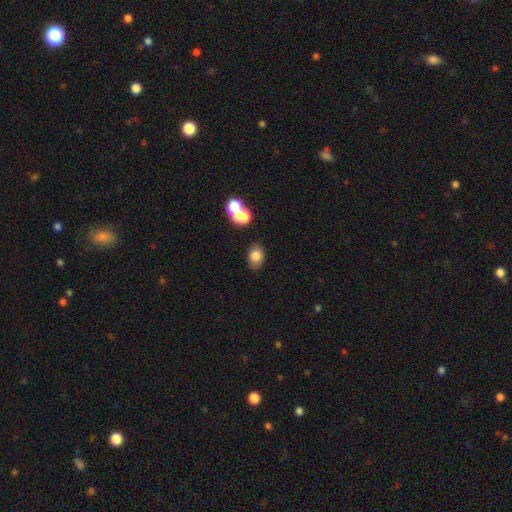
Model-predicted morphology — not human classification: Overall: smooth (80%). How rounded: in between (76%). Merging: none (77%).